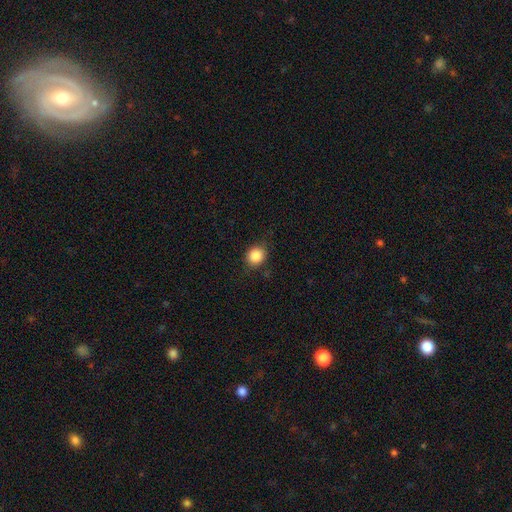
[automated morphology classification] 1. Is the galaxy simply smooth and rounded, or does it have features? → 85% smooth, 10% star or artifact, 5% featured or disk.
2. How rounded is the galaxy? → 72% round, 27% in between, 1% cigar-shaped.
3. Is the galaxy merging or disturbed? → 81% none, 14% minor disturbance, 3% major disturbance, 1% merger.